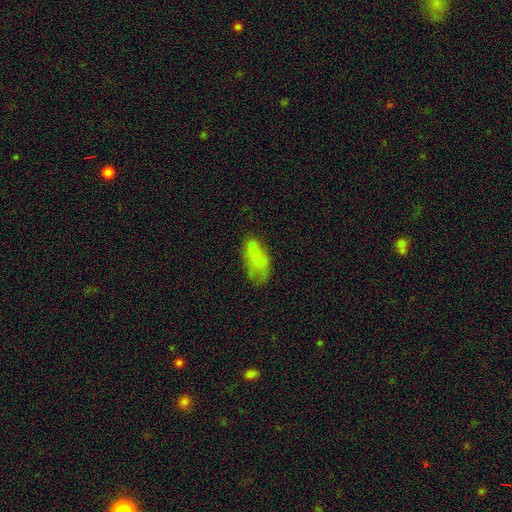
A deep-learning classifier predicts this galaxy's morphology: Smooth or featured? smooth (69%)
How rounded? in between (84%)
Merging? none (41%)